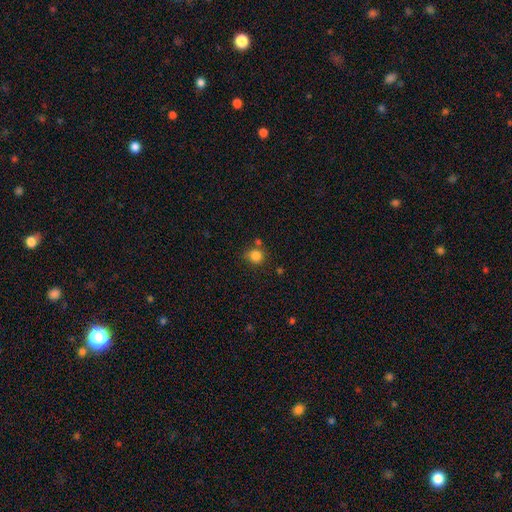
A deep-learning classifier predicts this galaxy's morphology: smooth_or_featured: smooth (p=0.84) [alt: star or artifact p=0.11]
how_rounded: round (p=0.84) [alt: in between p=0.15]
merging: none (p=0.69) [alt: minor disturbance p=0.15]